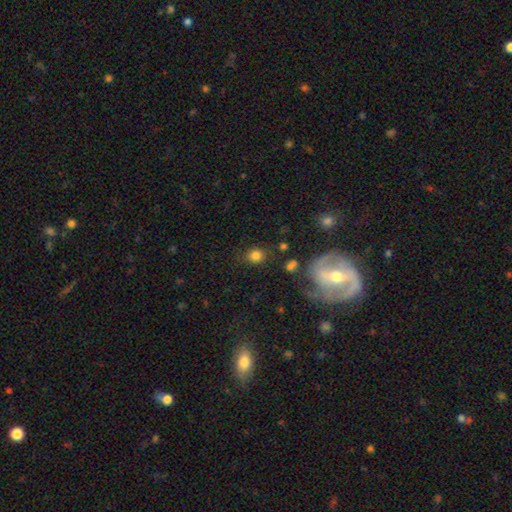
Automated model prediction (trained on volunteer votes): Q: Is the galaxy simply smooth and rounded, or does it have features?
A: smooth — 80%.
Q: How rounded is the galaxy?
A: round — 69%.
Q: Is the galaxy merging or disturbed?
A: none — 75%.